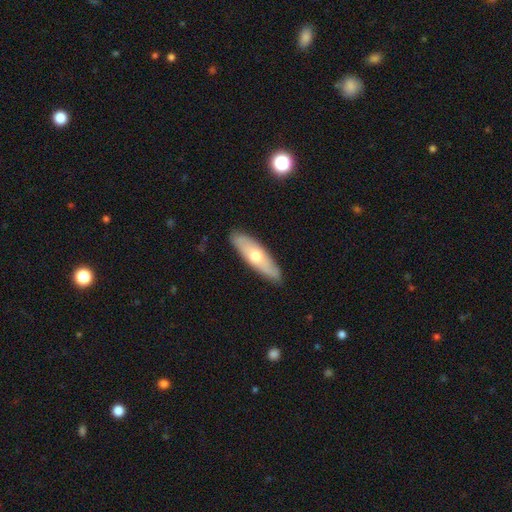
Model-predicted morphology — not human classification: This appears to be a smooth galaxy with no disk features (51%) that is cigar-shaped (52%). Merging: none (87%).